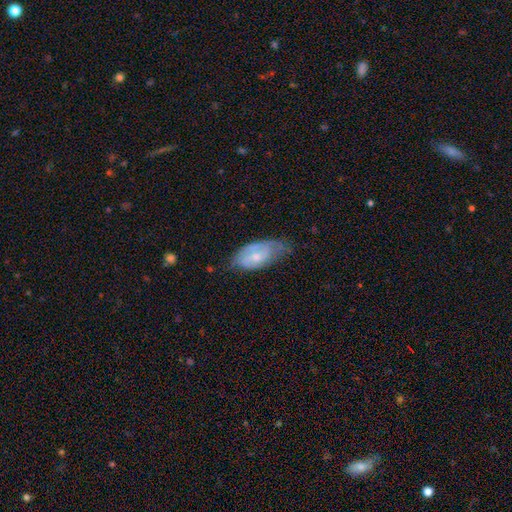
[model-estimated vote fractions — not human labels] This appears to be a featured or disk galaxy (52%). Merging: none (46%).